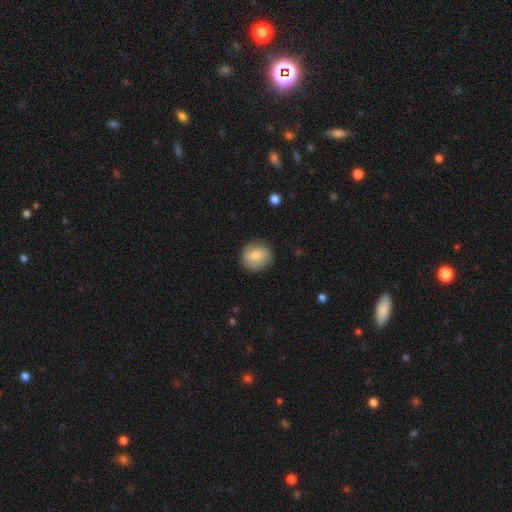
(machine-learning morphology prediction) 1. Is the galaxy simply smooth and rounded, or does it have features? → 70% smooth, 23% featured or disk, 7% star or artifact.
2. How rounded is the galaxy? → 83% round, 16% in between, 1% cigar-shaped.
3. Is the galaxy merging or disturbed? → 83% none, 13% minor disturbance, 4% major disturbance, 1% merger.